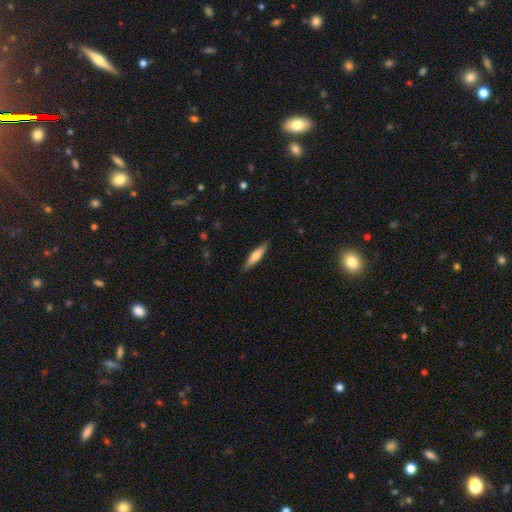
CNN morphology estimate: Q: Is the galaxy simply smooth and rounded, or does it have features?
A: smooth — 63%.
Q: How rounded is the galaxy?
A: cigar-shaped — 83%.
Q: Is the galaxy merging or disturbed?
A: none — 88%.